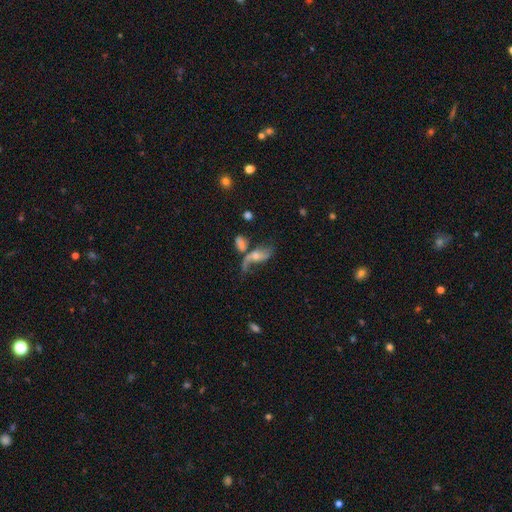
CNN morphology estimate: The model was most divided on "merging": merger: 32%, none: 30%, major disturbance: 23%, minor disturbance: 15%. Remaining: edge-on disk — no (91%); spiral arms — yes (82%); spiral winding — loose (81%); spiral arm count — 2 (69%); smooth or featured — featured or disk (68%); bar — no (64%); bulge size — moderate (45%).